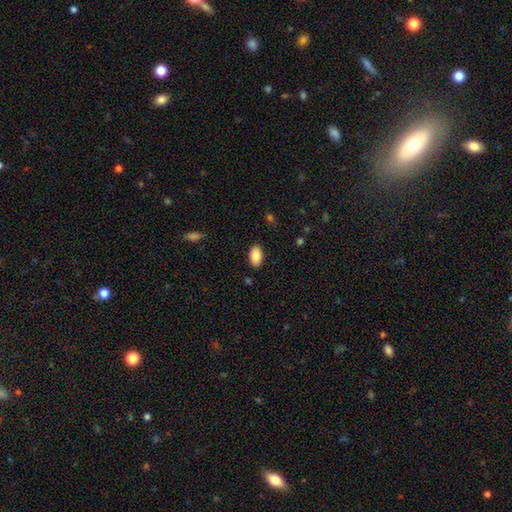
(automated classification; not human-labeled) smooth 86%, star or artifact 7%, featured or disk 7%. Down the decision tree: how rounded — in between (94%); merging — none (88%).